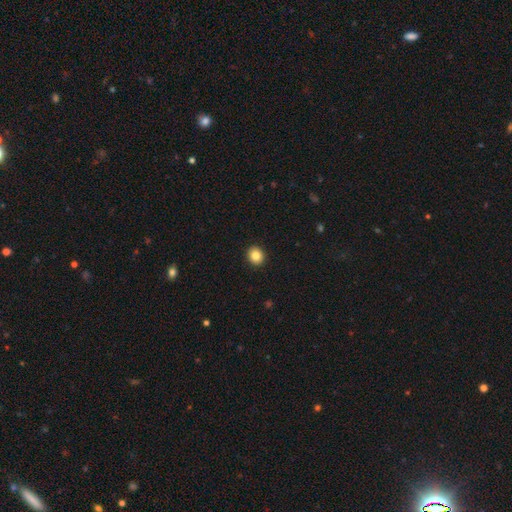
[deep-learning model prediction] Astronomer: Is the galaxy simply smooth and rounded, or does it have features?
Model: smooth — 84%.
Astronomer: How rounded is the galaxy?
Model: round — 80%.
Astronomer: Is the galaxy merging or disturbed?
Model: none — 93%.